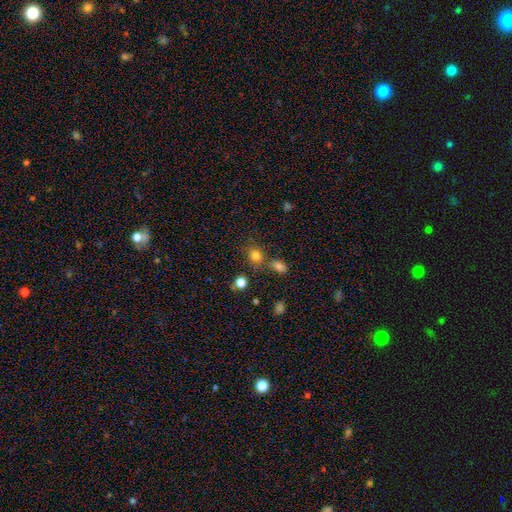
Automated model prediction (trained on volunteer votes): The model was most divided on "how rounded": round: 61%, in between: 38%, cigar-shaped: 1%. More confident: smooth or featured — smooth (79%); merging — none (65%).